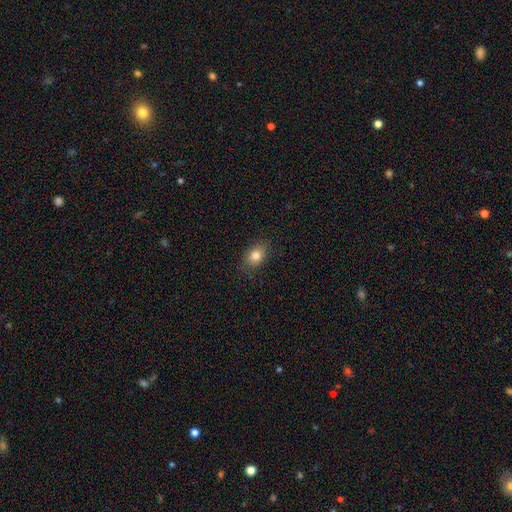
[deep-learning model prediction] Smooth or featured? smooth (81%)
How rounded? in between (72%)
Merging? none (85%)